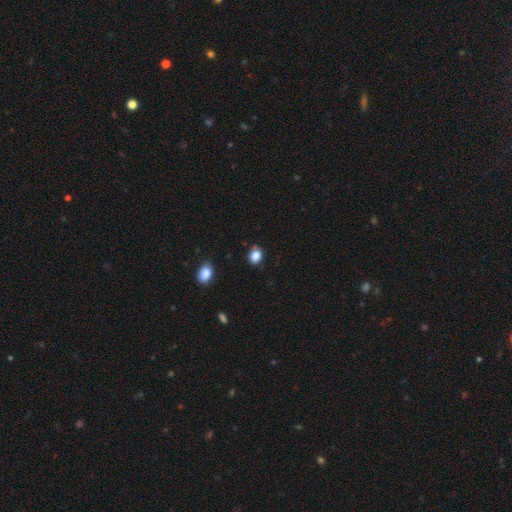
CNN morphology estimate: smooth_or_featured: smooth (p=0.86) [alt: star or artifact p=0.10]
how_rounded: in between (p=0.55) [alt: round p=0.44]
merging: none (p=0.74) [alt: minor disturbance p=0.20]